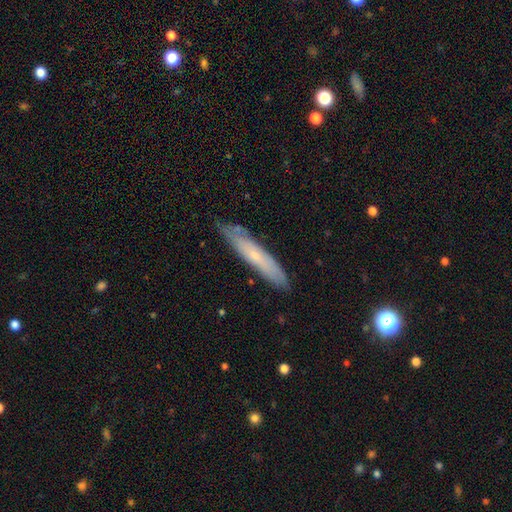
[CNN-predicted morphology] type=featured or disk (50%); merging=none (81%).